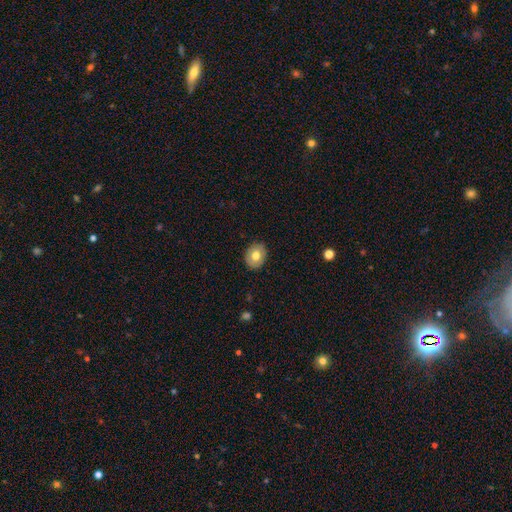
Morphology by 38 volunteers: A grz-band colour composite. It shows a smooth galaxy with no disk features (74%) that is in between round and cigar-shaped (54%). Merging: none (80%).